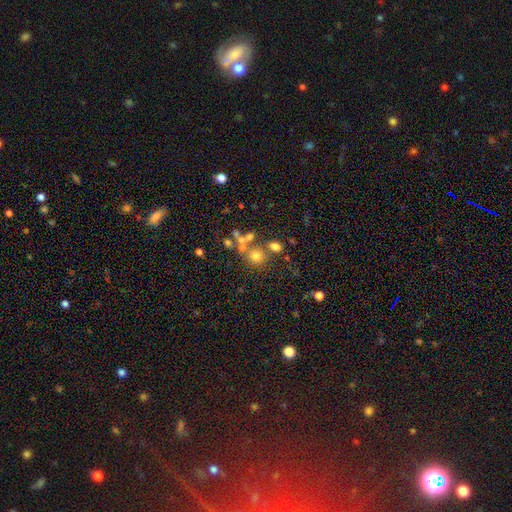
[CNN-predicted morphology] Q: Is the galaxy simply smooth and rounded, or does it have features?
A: smooth — 60%.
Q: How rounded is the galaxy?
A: round — 87%.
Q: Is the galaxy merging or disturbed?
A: none — 56%.